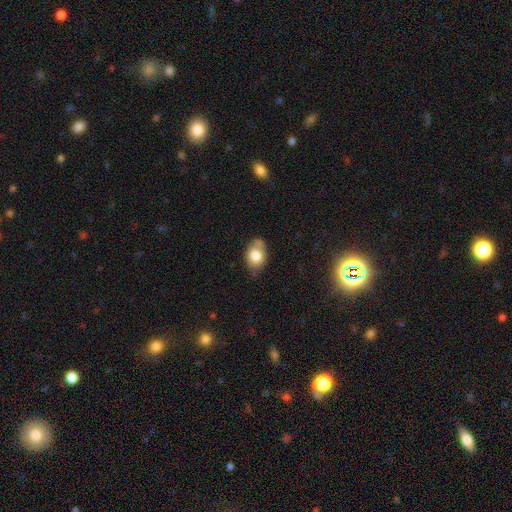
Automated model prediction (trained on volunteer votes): smooth-or-featured: smooth: 78% | featured or disk: 14% | star or artifact: 9%
  how-rounded: in between: 72% | round: 27% | cigar-shaped: 1%
  merging: none: 60% | minor disturbance: 28% | merger: 6% | major disturbance: 6%